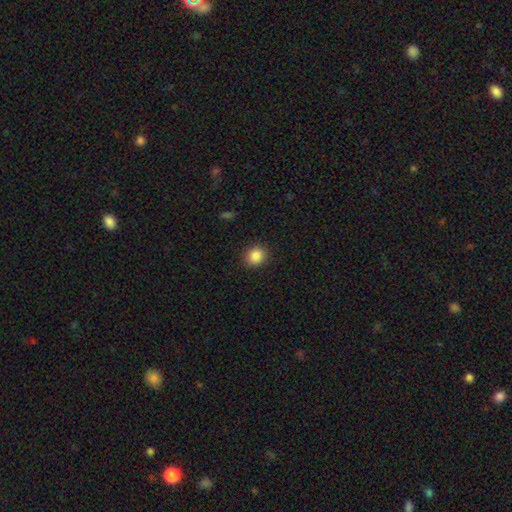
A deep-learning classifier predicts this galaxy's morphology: This appears to be a smooth galaxy with no disk features (87%) that is round (78%). Merging: none (89%).